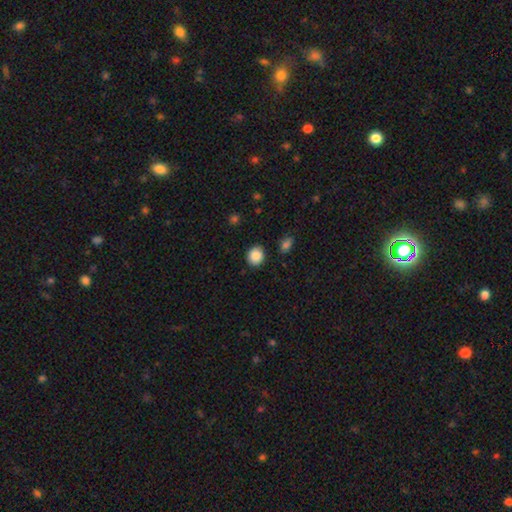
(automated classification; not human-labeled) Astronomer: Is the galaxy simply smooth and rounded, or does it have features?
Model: smooth — 88%.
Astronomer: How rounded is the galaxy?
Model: round — 73%.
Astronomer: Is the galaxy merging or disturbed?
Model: none — 87%.